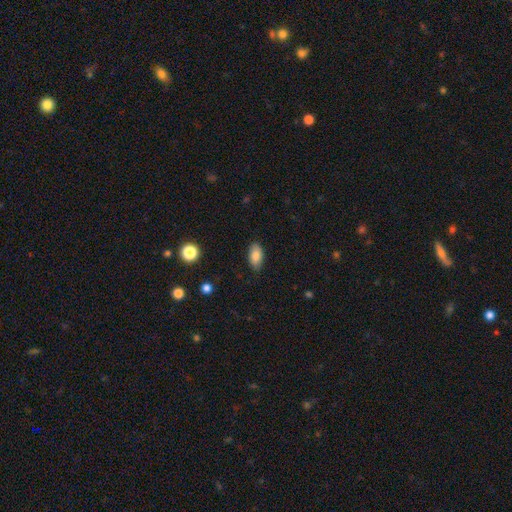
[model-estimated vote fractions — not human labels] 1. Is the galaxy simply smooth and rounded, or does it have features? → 84% smooth, 8% featured or disk, 8% star or artifact.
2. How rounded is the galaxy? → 92% in between, 4% cigar-shaped, 4% round.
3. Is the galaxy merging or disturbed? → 86% none, 11% minor disturbance, 2% major disturbance, 1% merger.